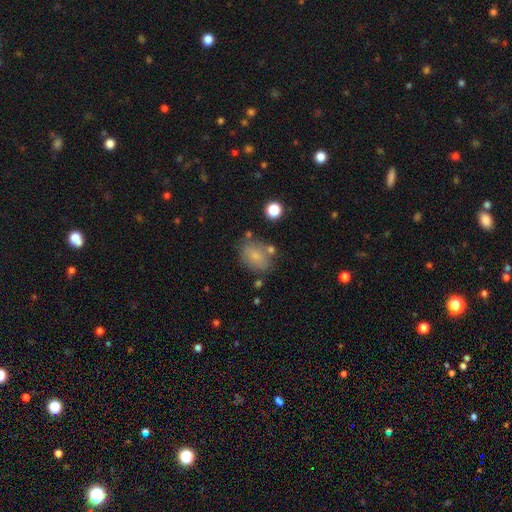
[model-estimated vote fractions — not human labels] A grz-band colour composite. It shows a smooth galaxy with no disk features (73%) that is in between round and cigar-shaped (65%). Merging: none (69%).